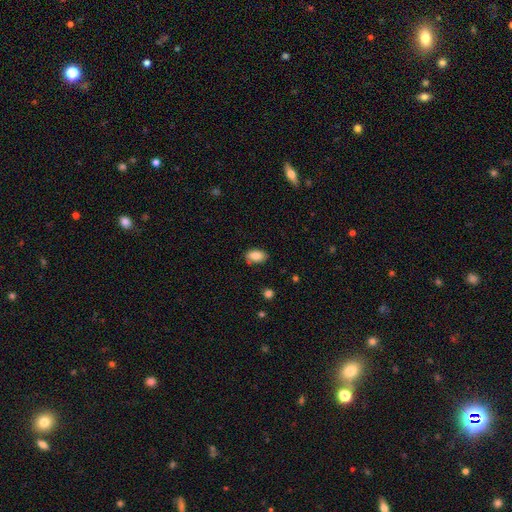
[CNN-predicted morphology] A smooth galaxy with no disk features (85%) that is in between round and cigar-shaped (91%).

Vote fractions:
- Smooth or featured? smooth: 85% / star or artifact: 8% / featured or disk: 7%
- How rounded? in between: 91% / round: 7% / cigar-shaped: 2%
- Merging? none: 80% / minor disturbance: 16% / major disturbance: 3% / merger: 1%